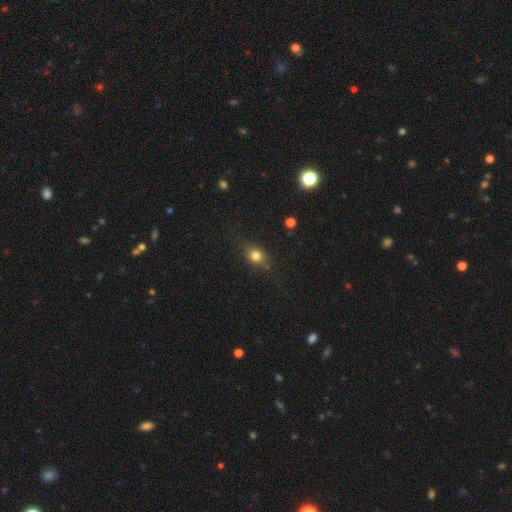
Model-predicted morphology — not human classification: Smooth or featured? smooth (77%)
How rounded? round (51%)
Merging? none (74%)